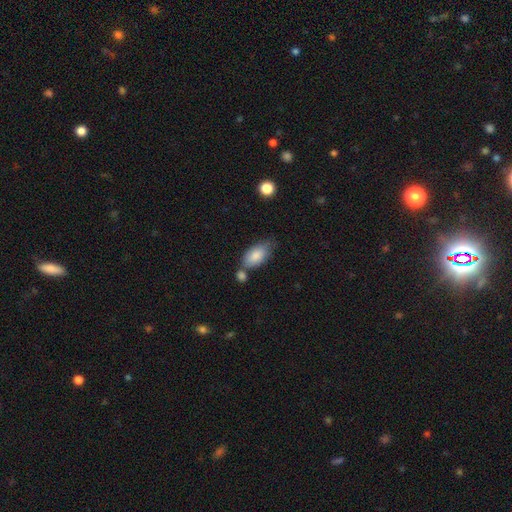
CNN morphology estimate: Overall: smooth (85%). How rounded: in between (92%). Merging: none (51%; minor disturbance 22%).